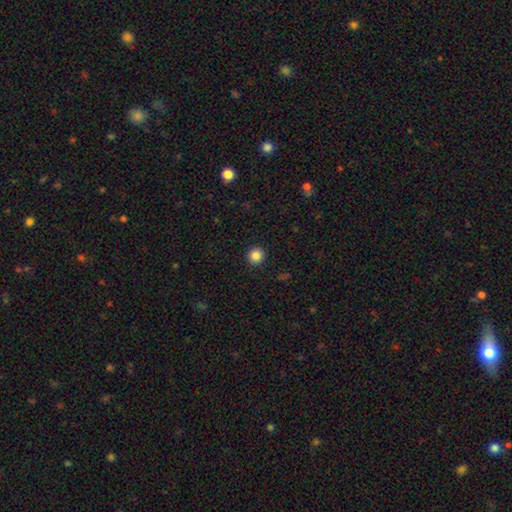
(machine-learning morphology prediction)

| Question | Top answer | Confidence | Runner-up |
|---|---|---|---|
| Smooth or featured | smooth | 85% | star or artifact (11%) |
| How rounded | round | 95% | in between (4%) |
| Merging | none | 92% | minor disturbance (5%) |